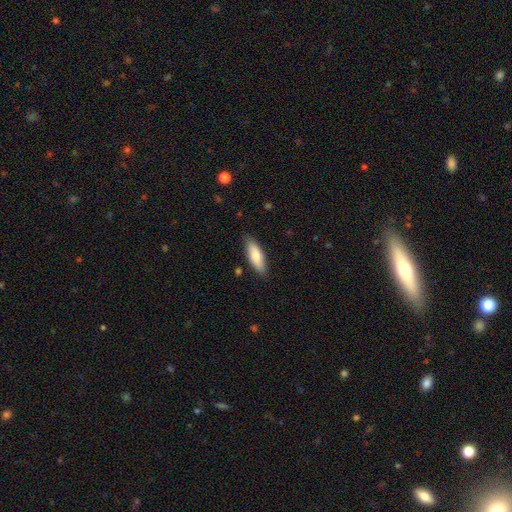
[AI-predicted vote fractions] Smooth or featured: smooth — 81% (featured or disk — 14%)
How rounded: in between — 61% (cigar-shaped — 37%)
Merging: none — 83% (minor disturbance — 13%)